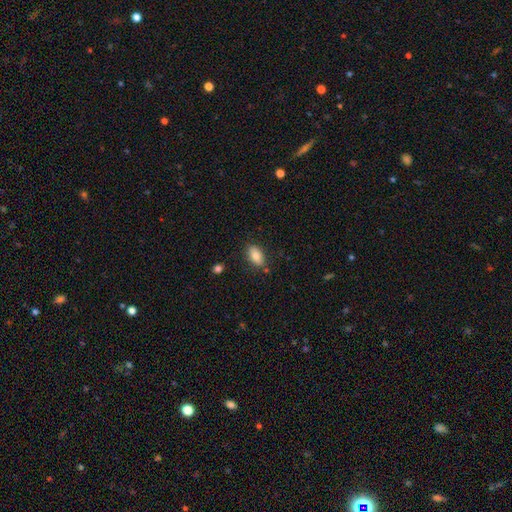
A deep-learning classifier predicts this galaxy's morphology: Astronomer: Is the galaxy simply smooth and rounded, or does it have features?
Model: smooth — 82%.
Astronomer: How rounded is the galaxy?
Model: in between — 90%.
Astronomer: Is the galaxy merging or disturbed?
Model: none — 83%.